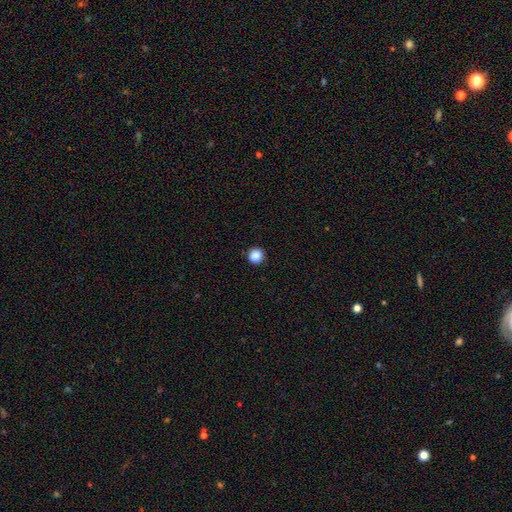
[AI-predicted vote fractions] This is clearly a smooth galaxy (87%). How rounded: clearly round (95%). Merging: clearly none (93%).